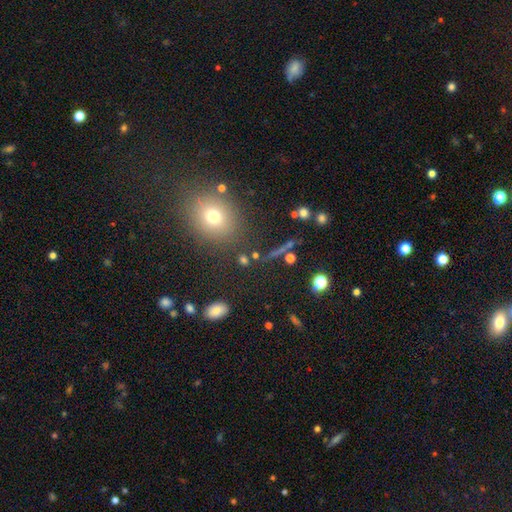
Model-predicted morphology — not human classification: smooth-or-featured: smooth: 41% | star or artifact: 34% | featured or disk: 25%
  merging: none: 81% | minor disturbance: 9% | merger: 6% | major disturbance: 4%